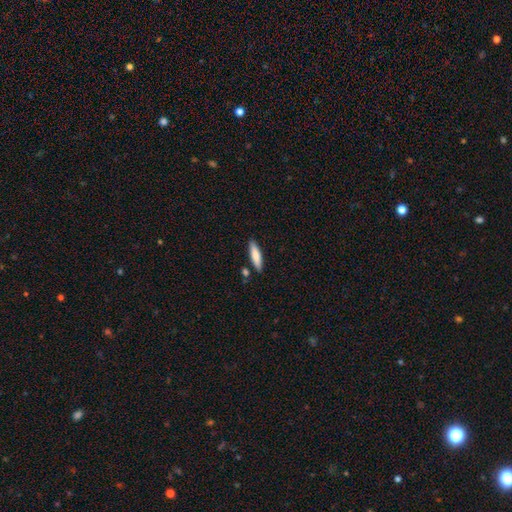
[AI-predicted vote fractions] The model was most divided on "how rounded": cigar-shaped: 70%, in between: 29%, round: 2%. More confident: merging — none (85%); smooth or featured — smooth (80%).